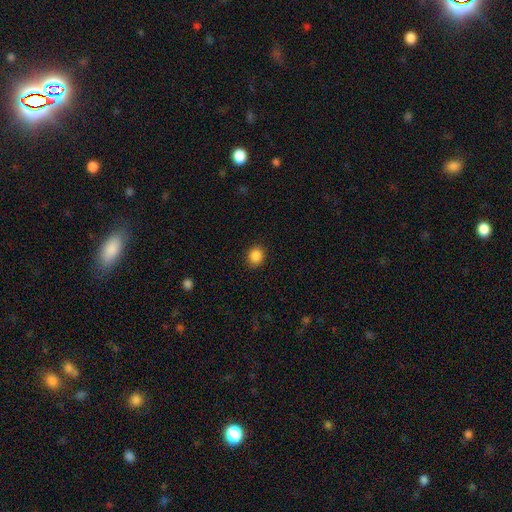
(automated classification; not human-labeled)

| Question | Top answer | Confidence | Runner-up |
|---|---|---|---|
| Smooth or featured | smooth | 87% | star or artifact (10%) |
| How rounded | round | 68% | in between (31%) |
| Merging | none | 90% | minor disturbance (7%) |